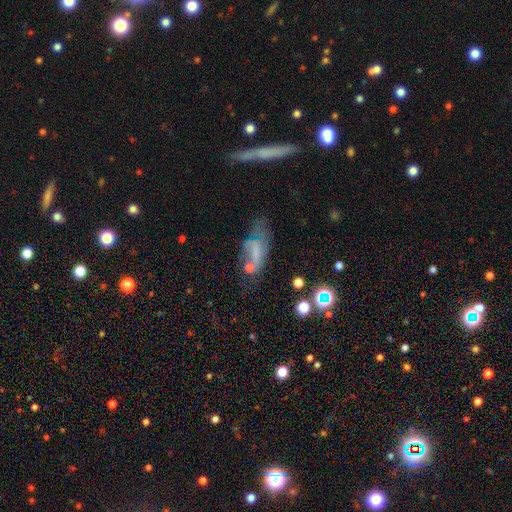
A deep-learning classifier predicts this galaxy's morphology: Q: Smooth or featured?
A: featured or disk (47%); runner-up: smooth (36%)
Q: Merging?
A: none (41%); runner-up: minor disturbance (24%)